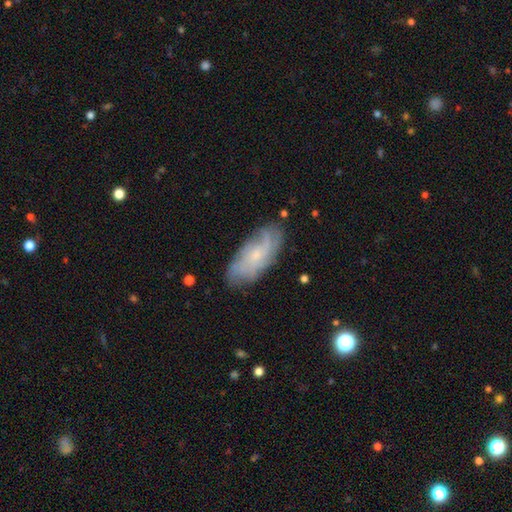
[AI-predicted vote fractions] Smooth or featured: featured or disk — 66% (smooth — 27%)
Edge-on disk: no — 91% (yes — 9%)
Bar: no — 72% (weak — 25%)
Spiral arms: yes — 89% (no — 11%)
Spiral winding: tight — 46% (medium — 36%)
Spiral arm count: can't tell — 48% (2 — 19%)
Bulge size: small — 75% (moderate — 17%)
Merging: none — 74% (minor disturbance — 19%)